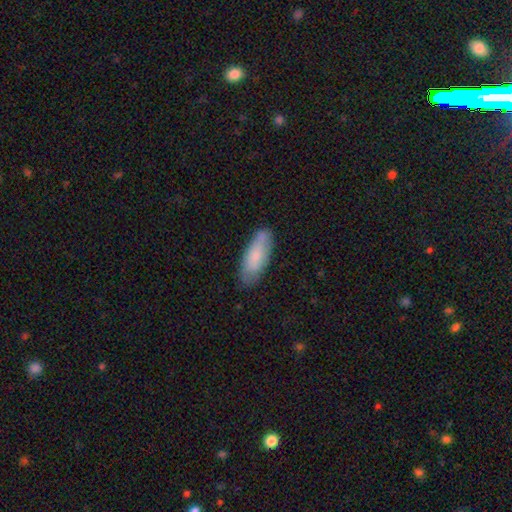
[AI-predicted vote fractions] This is likely a smooth galaxy (74%). How rounded: likely in between (71%). Merging: likely none (75%).